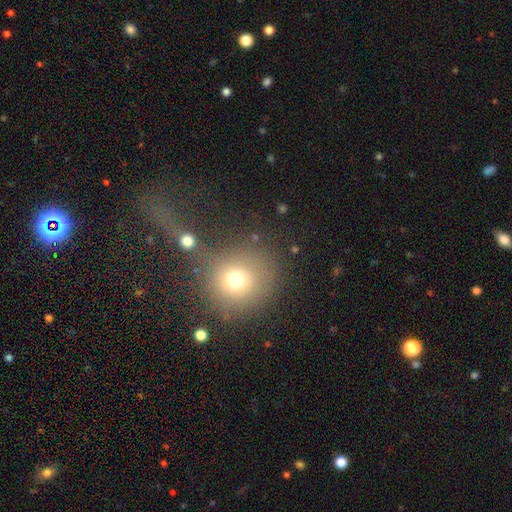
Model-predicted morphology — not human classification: smooth_or_featured: smooth (p=0.63) [alt: star or artifact p=0.26]
how_rounded: round (p=0.89) [alt: in between p=0.09]
merging: none (p=0.63) [alt: merger p=0.13]